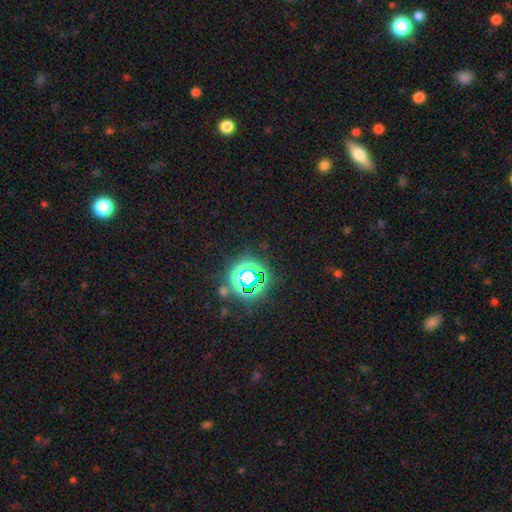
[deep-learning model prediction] Smooth or featured: star or artifact — 74% (smooth — 19%)